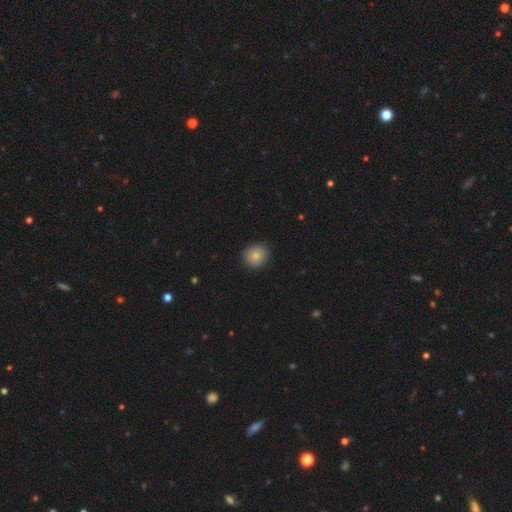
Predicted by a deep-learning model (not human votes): This is clearly a smooth galaxy (83%). How rounded: clearly round (82%). Merging: clearly none (89%).